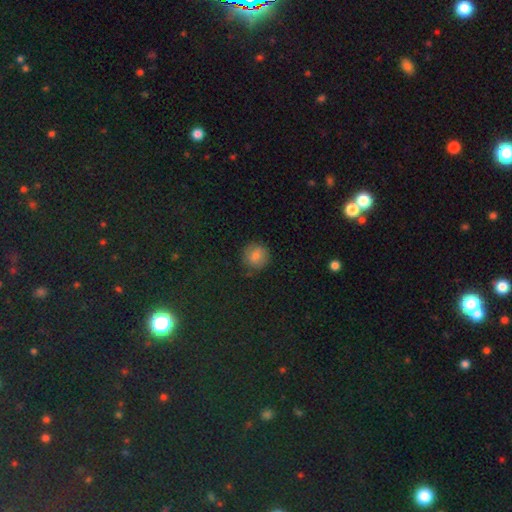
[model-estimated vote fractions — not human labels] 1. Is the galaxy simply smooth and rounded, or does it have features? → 78% smooth, 12% star or artifact, 10% featured or disk.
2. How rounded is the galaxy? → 91% round, 8% in between, 1% cigar-shaped.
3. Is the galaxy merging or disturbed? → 82% none, 13% minor disturbance, 4% major disturbance, 1% merger.